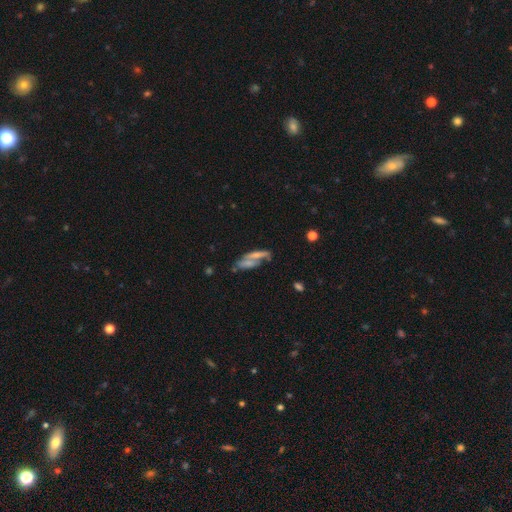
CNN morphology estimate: smooth_or_featured: featured or disk (p=0.49) [alt: smooth p=0.38]
merging: none (p=0.39) [alt: merger p=0.23]